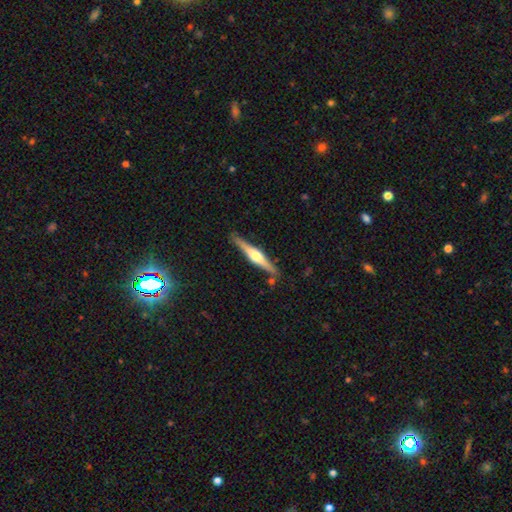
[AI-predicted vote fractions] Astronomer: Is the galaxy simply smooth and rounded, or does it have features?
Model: featured or disk — 74%.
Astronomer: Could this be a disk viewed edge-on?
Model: yes — 98%.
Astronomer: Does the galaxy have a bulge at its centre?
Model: rounded — 92%.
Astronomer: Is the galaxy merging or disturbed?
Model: none — 86%.